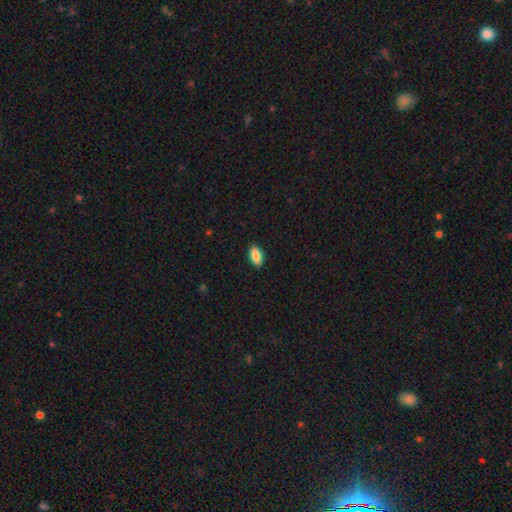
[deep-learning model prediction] Smooth or featured: smooth — 84% (featured or disk — 9%)
How rounded: in between — 89% (cigar-shaped — 8%)
Merging: none — 90% (minor disturbance — 8%)